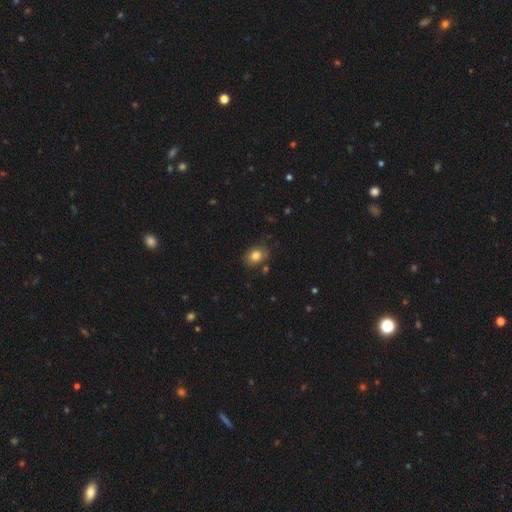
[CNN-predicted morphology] This is clearly a smooth galaxy (82%). How rounded: likely in between (63%). Merging: likely none (80%).